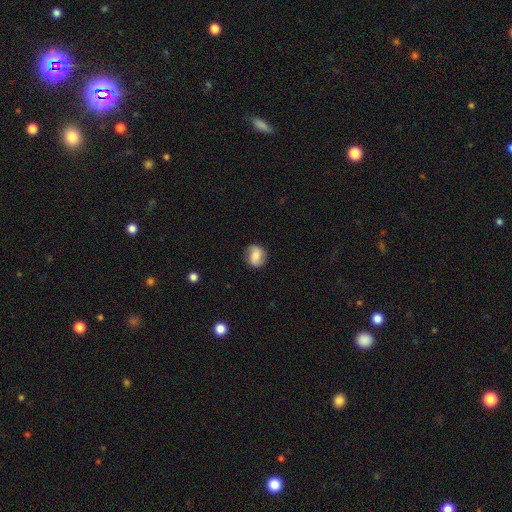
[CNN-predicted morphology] smooth 70%, featured or disk 21%, star or artifact 8%. Down the decision tree: how rounded — round (70%); merging — none (81%).